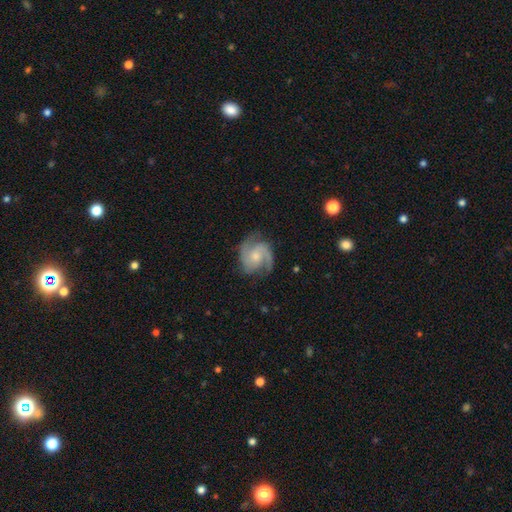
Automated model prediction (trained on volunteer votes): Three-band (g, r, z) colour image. It shows a featured or disk galaxy (87%) with no bar (66%), 2 (73%) medium (54%) spiral arms (97%) and a small central bulge (51%). Merging: none (75%).